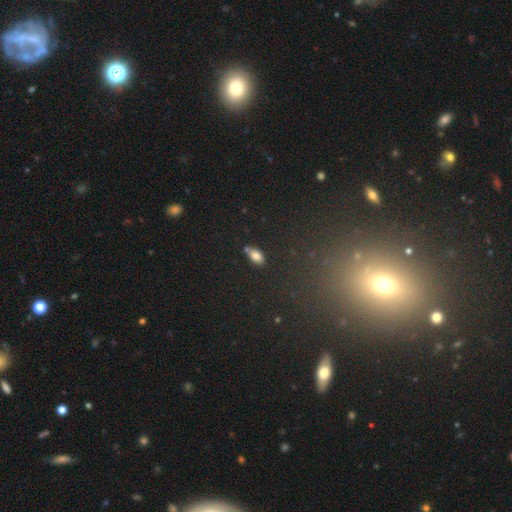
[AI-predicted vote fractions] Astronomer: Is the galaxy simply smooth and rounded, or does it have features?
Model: smooth — 82%.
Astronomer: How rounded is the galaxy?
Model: in between — 91%.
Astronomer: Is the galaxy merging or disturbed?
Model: none — 69%.